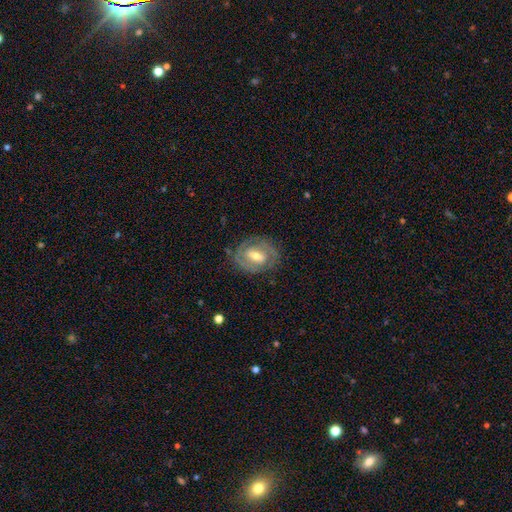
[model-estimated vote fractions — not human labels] smooth_or_featured: featured or disk (p=0.74) [alt: smooth p=0.20]
disk_edge_on: no (p=0.95) [alt: yes p=0.05]
bar: weak (p=0.44) [alt: strong p=0.36]
has_spiral_arms: yes (p=0.74) [alt: no p=0.26]
spiral_winding: tight (p=0.58) [alt: medium p=0.32]
spiral_arm_count: 2 (p=0.69) [alt: can't tell p=0.19]
bulge_size: moderate (p=0.60) [alt: small p=0.31]
merging: none (p=0.77) [alt: minor disturbance p=0.15]